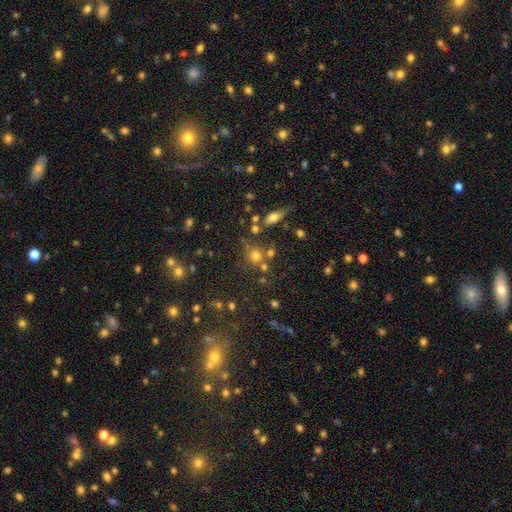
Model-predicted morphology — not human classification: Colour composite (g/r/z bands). It shows a smooth galaxy with no disk features (67%) that is round (83%). Merging: none (64%).